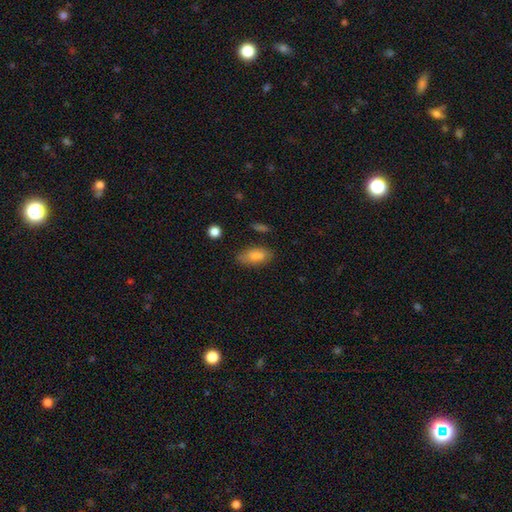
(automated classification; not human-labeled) This appears to be a smooth galaxy with no disk features (82%) that is in between round and cigar-shaped (86%). Merging: none (78%).